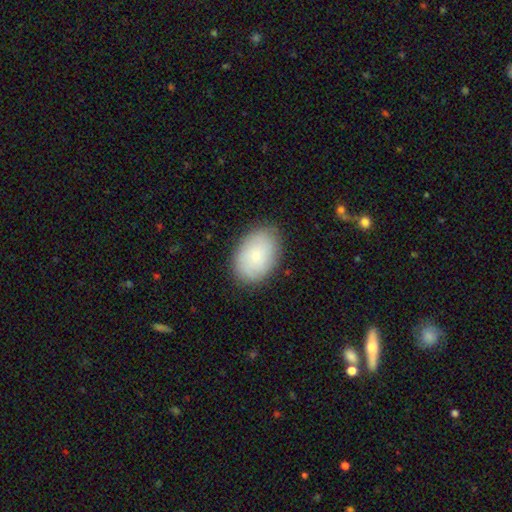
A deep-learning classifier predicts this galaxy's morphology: smooth_or_featured: smooth (p=0.73) [alt: featured or disk p=0.20]
how_rounded: in between (p=0.85) [alt: round p=0.14]
merging: none (p=0.84) [alt: minor disturbance p=0.12]